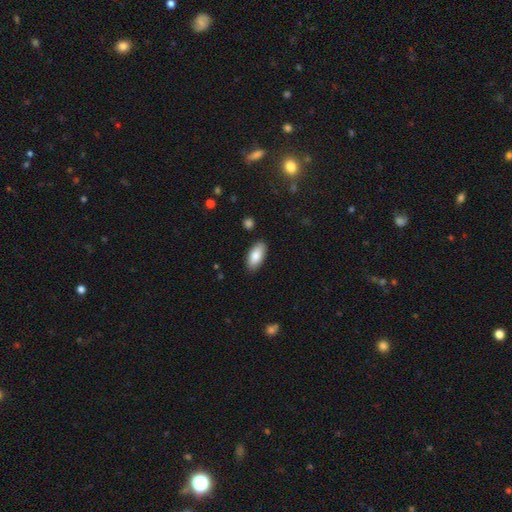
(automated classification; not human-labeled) A smooth galaxy with no disk features (84%) that is in between round and cigar-shaped (91%). Merging: none (87%).